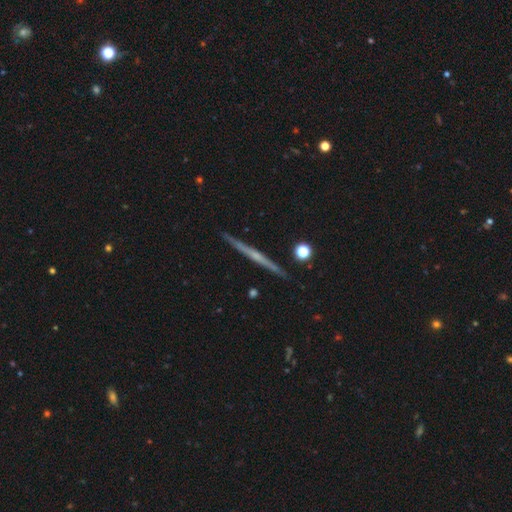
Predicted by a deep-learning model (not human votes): This is likely a featured or disk galaxy (72%). It is clearly viewed edge-on (98%). Edge-on bulge: possibly none (53%). Merging: clearly none (91%).